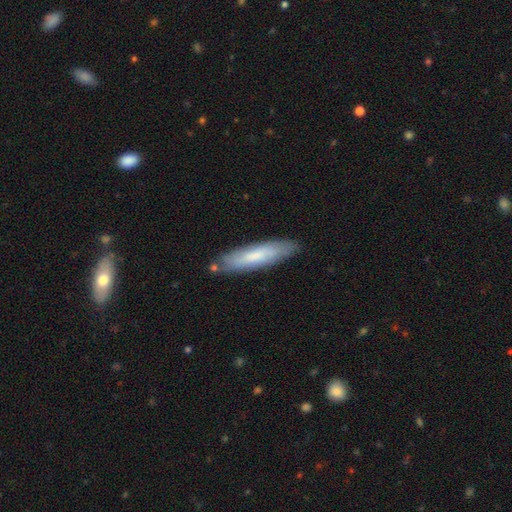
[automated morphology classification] Smooth or featured?
  - smooth: 66% *
  - featured or disk: 28%
  - star or artifact: 6%
How rounded?
  - cigar-shaped: 77% *
  - in between: 22%
  - round: 1%
Merging?
  - none: 81% *
  - minor disturbance: 14%
  - merger: 3%
  - major disturbance: 3%